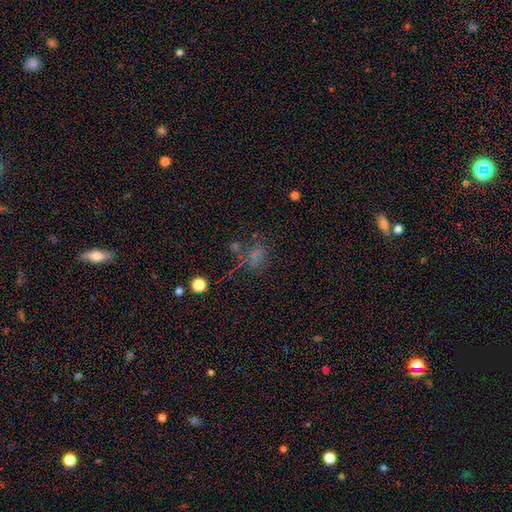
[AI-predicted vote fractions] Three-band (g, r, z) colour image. It shows a smooth galaxy with no disk features (47%). Merging: none (47%).